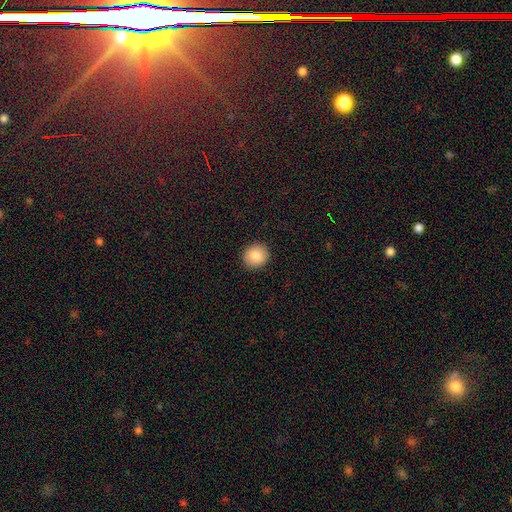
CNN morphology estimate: type=smooth (86%); roundness=round (87%); merging=none (92%).